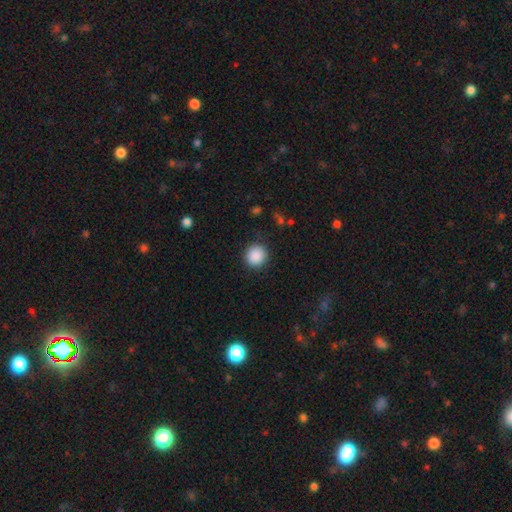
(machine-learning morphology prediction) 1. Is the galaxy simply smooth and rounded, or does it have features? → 89% smooth, 8% star or artifact, 3% featured or disk.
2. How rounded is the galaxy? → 93% round, 6% in between, 1% cigar-shaped.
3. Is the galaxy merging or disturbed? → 89% none, 7% minor disturbance, 3% major disturbance, 1% merger.